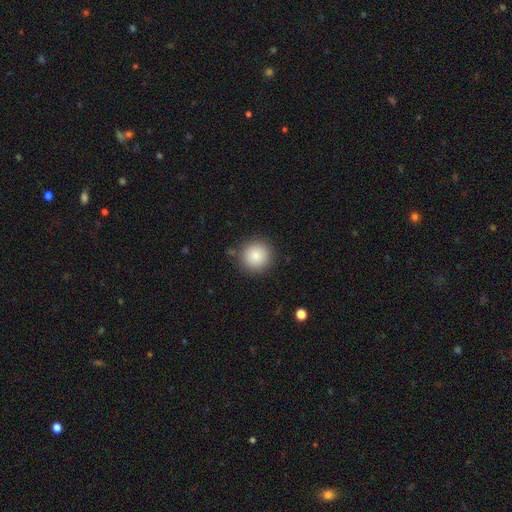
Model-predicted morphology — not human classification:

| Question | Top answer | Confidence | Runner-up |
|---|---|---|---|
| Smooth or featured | smooth | 87% | star or artifact (9%) |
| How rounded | round | 95% | in between (5%) |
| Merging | none | 88% | minor disturbance (8%) |